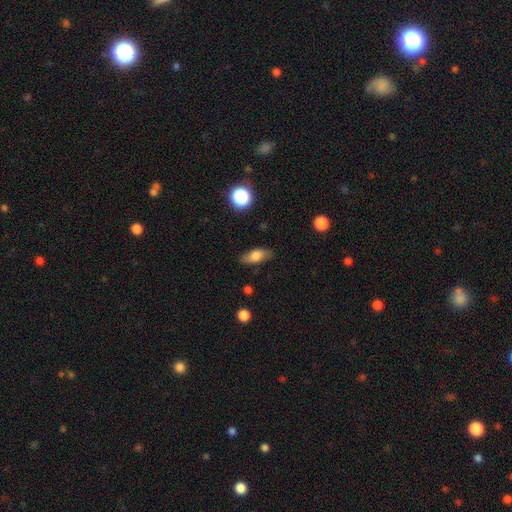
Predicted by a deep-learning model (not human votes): The model was most divided on "smooth or featured": smooth: 73%, featured or disk: 19%, star or artifact: 8%. More confident: merging — none (80%); how rounded — in between (78%).